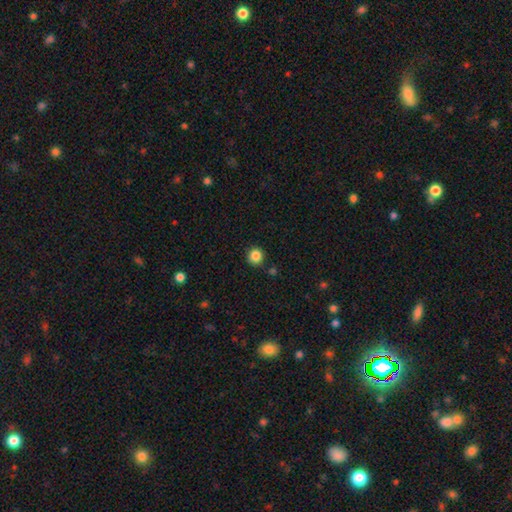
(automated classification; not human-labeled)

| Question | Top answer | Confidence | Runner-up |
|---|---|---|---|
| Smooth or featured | smooth | 86% | star or artifact (10%) |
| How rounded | round | 92% | in between (7%) |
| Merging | none | 89% | minor disturbance (6%) |